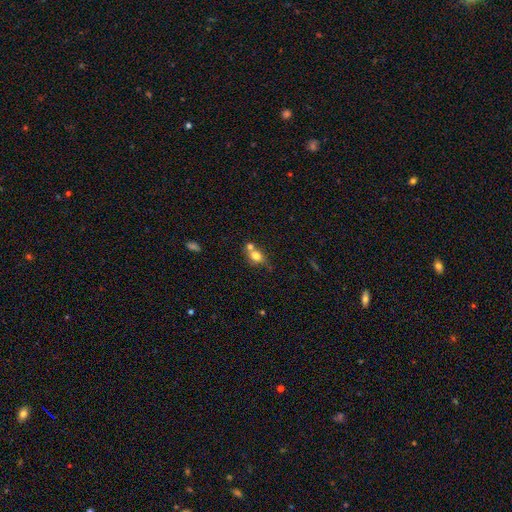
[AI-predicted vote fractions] This is likely a smooth galaxy (75%). How rounded: possibly round (50%). Merging: possibly merger (45%).